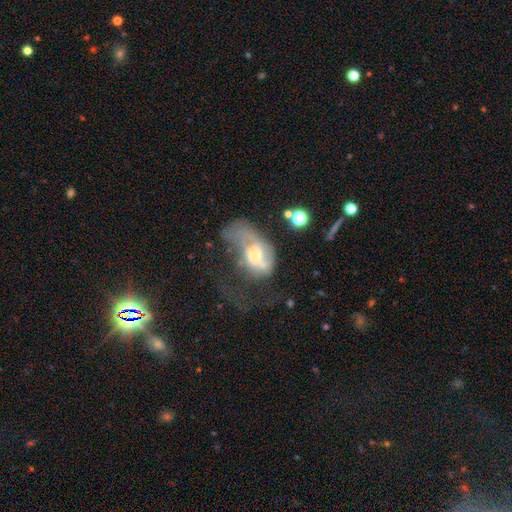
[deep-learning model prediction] A featured or disk galaxy (52%).

Vote fractions:
- Smooth or featured? featured or disk: 52% / smooth: 38% / star or artifact: 9%
- Edge-on disk? no: 95% / yes: 5%
- Merging? major disturbance: 63% / minor disturbance: 13% / none: 12% / merger: 12%